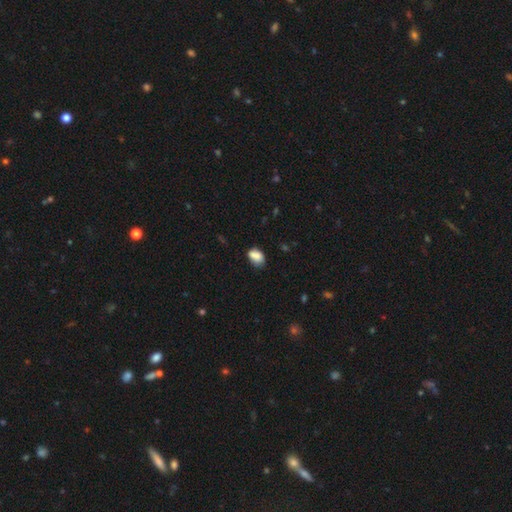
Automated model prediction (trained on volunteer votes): The model was most divided on "merging": none: 54%, minor disturbance: 30%, merger: 9%, major disturbance: 7%. More confident: smooth or featured — smooth (83%); how rounded — in between (80%).